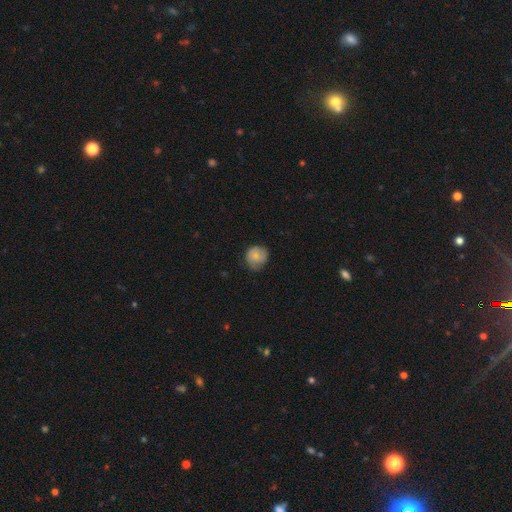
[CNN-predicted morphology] This appears to be a smooth galaxy with no disk features (77%) that is round (86%). Merging: none (68%).